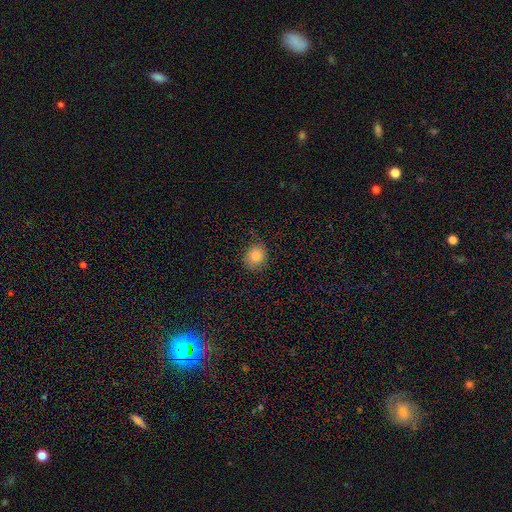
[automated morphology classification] smooth-or-featured: smooth: 82% | star or artifact: 11% | featured or disk: 7%
  how-rounded: round: 80% | in between: 19% | cigar-shaped: 1%
  merging: none: 83% | minor disturbance: 13% | major disturbance: 3% | merger: 1%